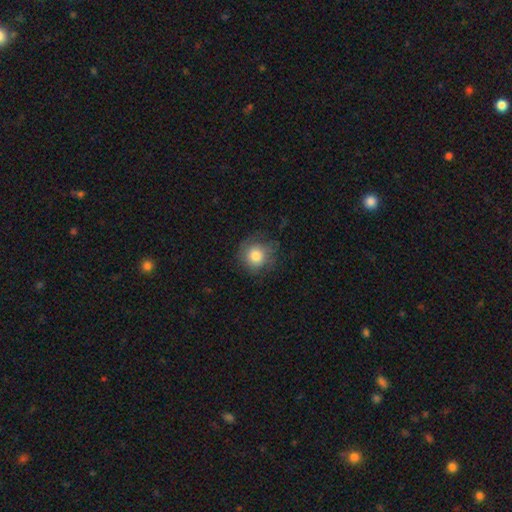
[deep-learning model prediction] Overall: smooth (77%). How rounded: round (91%). Merging: none (68%).